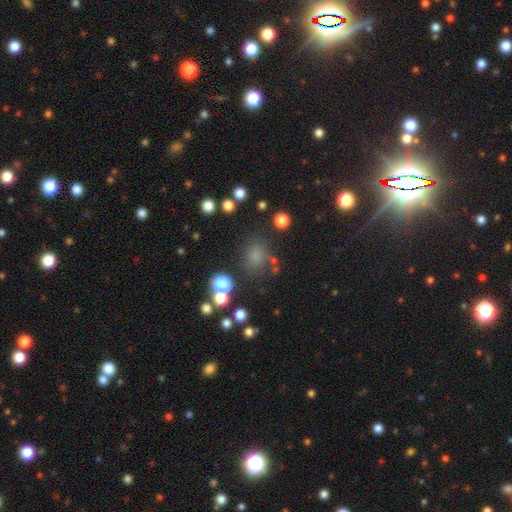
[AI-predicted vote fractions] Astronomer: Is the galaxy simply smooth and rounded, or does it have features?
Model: smooth — 70%.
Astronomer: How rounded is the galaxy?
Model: round — 62%.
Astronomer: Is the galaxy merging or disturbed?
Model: none — 70%.